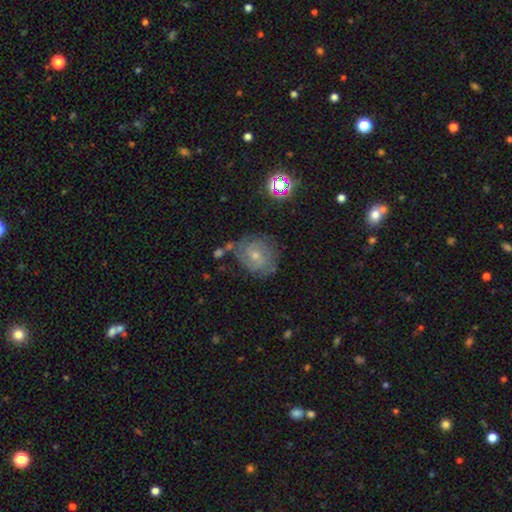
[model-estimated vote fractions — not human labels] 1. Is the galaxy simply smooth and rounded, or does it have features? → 73% featured or disk, 17% smooth, 10% star or artifact.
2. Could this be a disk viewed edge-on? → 97% no, 3% yes.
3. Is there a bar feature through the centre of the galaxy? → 55% no, 38% weak, 7% strong.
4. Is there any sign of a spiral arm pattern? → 92% yes, 8% no.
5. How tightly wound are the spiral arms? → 62% tight, 31% medium, 7% loose.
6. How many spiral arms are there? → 43% 2, 29% can't tell, 16% 3, 5% 1, 4% 4, 3% more than 4.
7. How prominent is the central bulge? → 58% small, 38% moderate, 2% none, 1% large, 1% dominant.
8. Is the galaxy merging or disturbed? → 63% none, 21% minor disturbance, 9% major disturbance, 6% merger.